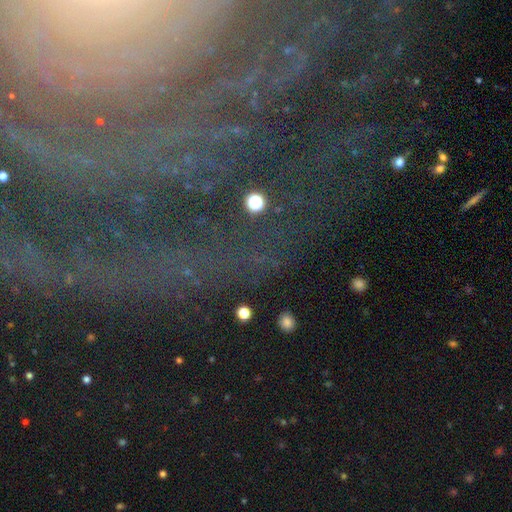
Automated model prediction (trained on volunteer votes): A star or artifact, not a galaxy (45%).

Vote fractions:
- Smooth or featured? star or artifact: 45% / featured or disk: 41% / smooth: 15%